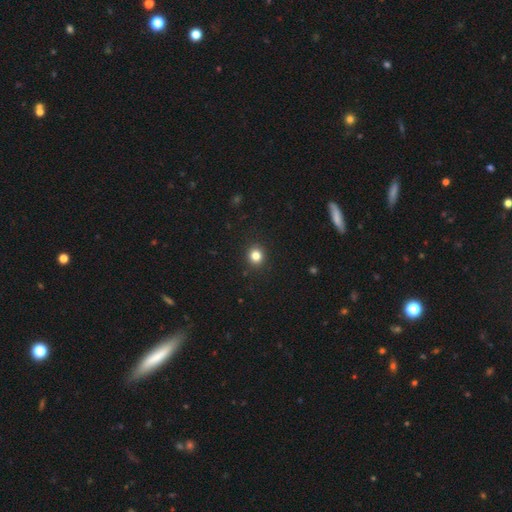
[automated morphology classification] smooth_or_featured: smooth (p=0.83) [alt: star or artifact p=0.12]
how_rounded: round (p=0.85) [alt: in between p=0.14]
merging: none (p=0.92) [alt: minor disturbance p=0.06]